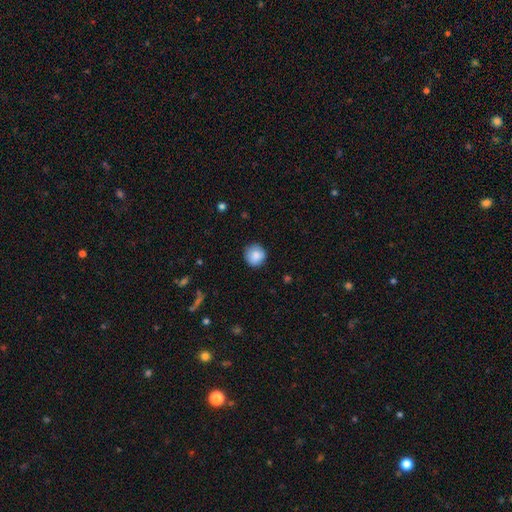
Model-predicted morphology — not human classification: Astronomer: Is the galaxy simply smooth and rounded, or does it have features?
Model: smooth — 86%.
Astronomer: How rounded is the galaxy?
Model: round — 93%.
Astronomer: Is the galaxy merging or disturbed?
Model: none — 86%.